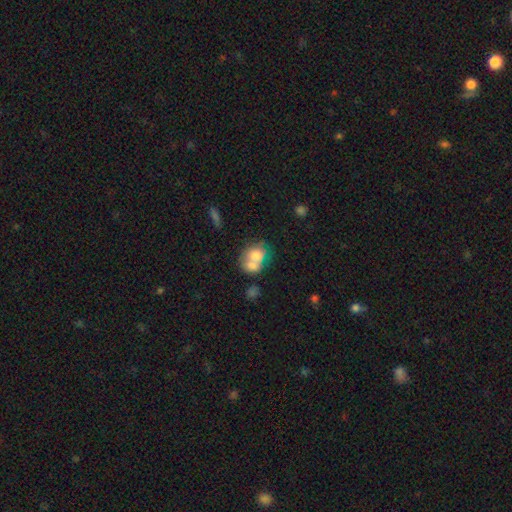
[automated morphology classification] smooth 69%, featured or disk 22%, star or artifact 9%. Down the decision tree: how rounded — round (53%); merging — merger (61%).